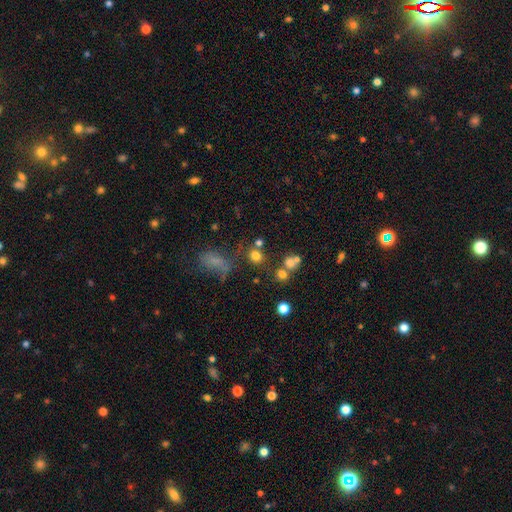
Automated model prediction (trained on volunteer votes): Q: Smooth or featured?
A: smooth (74%); runner-up: star or artifact (17%)
Q: How rounded?
A: round (80%); runner-up: in between (18%)
Q: Merging?
A: none (67%); runner-up: merger (17%)